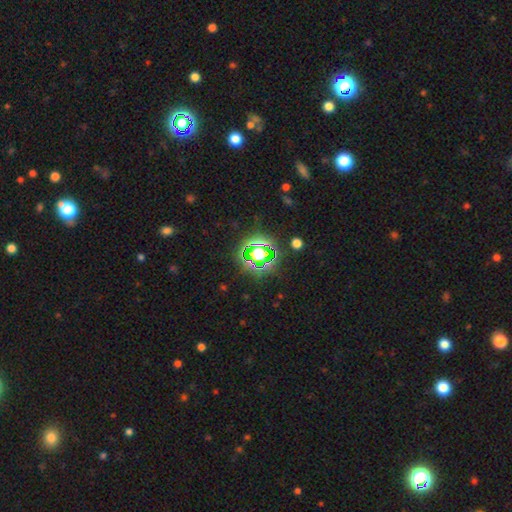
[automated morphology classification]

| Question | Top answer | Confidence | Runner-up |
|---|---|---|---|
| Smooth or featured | star or artifact | 66% | smooth (23%) |